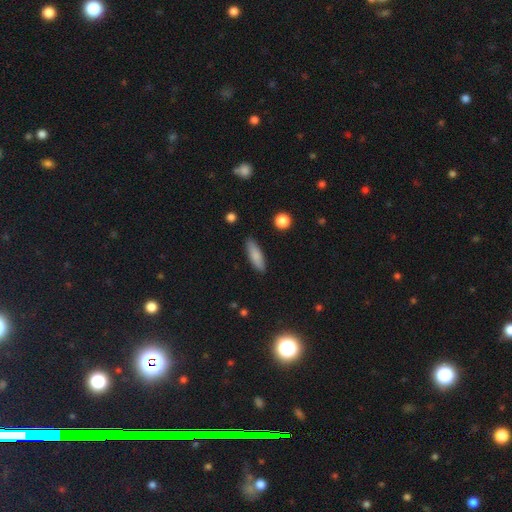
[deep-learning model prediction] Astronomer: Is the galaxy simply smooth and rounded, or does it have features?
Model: smooth — 83%.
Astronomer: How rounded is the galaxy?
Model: cigar-shaped — 52% (runner-up: in between, 46%).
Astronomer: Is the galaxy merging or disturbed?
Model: none — 87%.